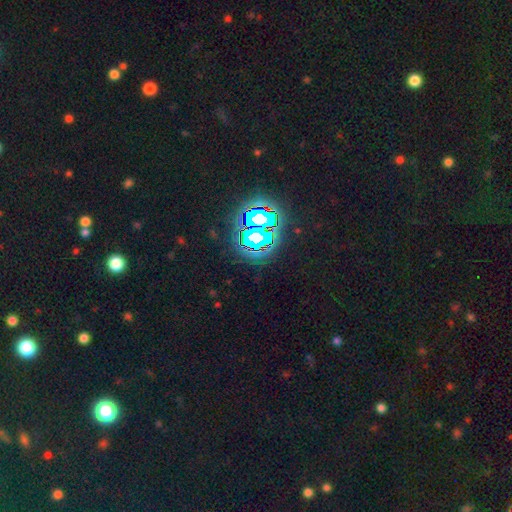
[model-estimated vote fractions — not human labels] This appears to be a star or artifact, not a galaxy (82%).